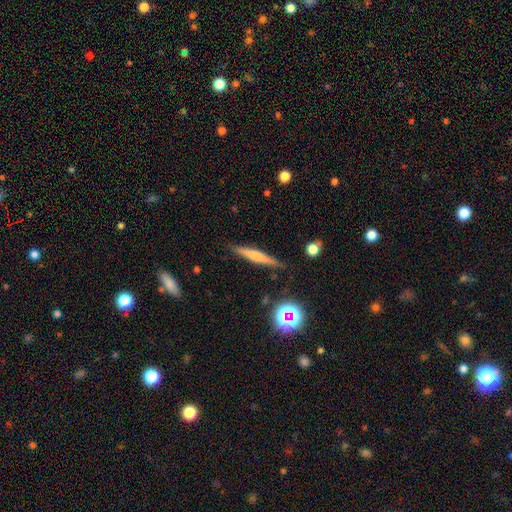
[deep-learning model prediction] Smooth or featured? smooth (52%)
How rounded? cigar-shaped (93%)
Merging? none (86%)